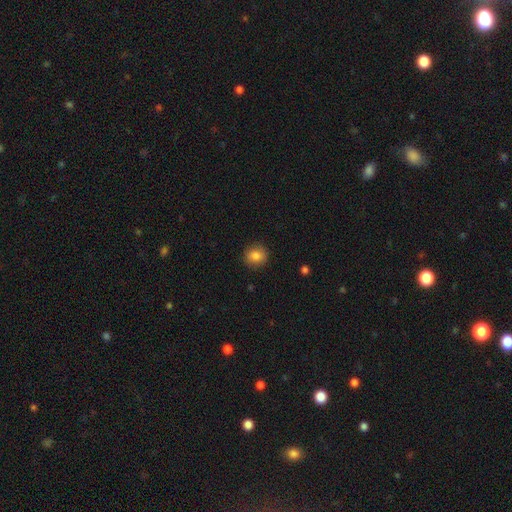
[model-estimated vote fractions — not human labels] This appears to be a smooth galaxy with no disk features (84%) that is round (79%). Merging: none (89%).